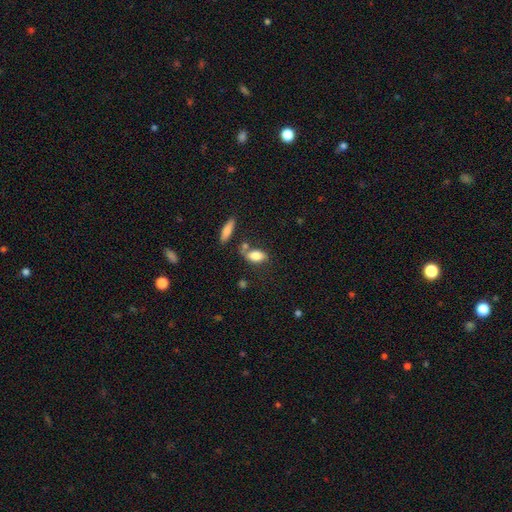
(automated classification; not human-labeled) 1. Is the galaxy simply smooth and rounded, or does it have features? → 79% smooth, 13% featured or disk, 8% star or artifact.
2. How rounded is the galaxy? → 84% in between, 9% cigar-shaped, 7% round.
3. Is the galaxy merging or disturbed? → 56% none, 19% merger, 18% minor disturbance, 7% major disturbance.